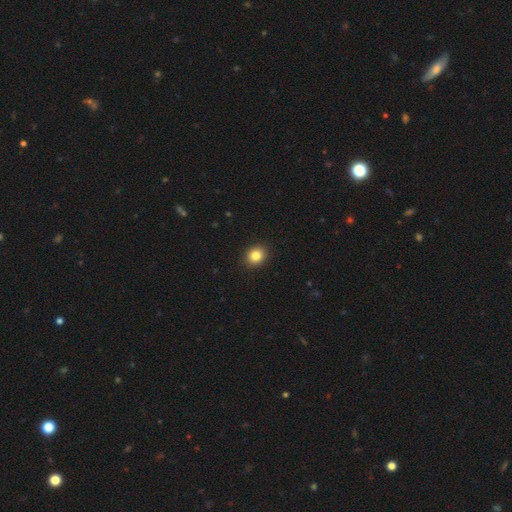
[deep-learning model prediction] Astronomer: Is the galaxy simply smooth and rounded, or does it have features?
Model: smooth — 84%.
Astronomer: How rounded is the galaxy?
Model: round — 66%.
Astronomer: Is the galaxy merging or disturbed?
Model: none — 92%.